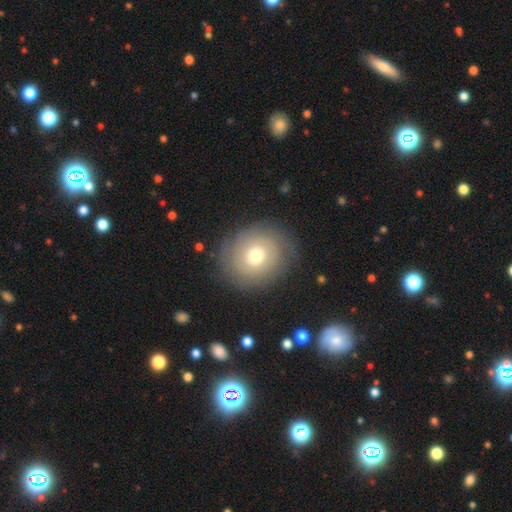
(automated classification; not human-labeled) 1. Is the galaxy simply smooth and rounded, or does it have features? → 56% smooth, 33% featured or disk, 11% star or artifact.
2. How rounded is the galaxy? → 81% round, 18% in between, 1% cigar-shaped.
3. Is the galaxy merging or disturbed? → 83% none, 12% minor disturbance, 5% major disturbance, 1% merger.